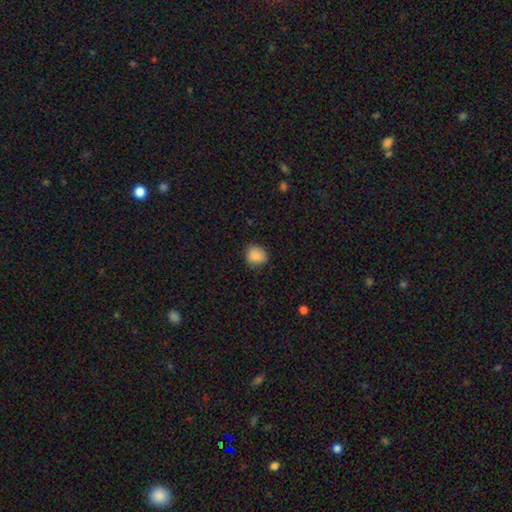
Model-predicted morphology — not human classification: Q: Smooth or featured?
A: smooth (88%); runner-up: star or artifact (9%)
Q: How rounded?
A: round (78%); runner-up: in between (22%)
Q: Merging?
A: none (81%); runner-up: minor disturbance (15%)